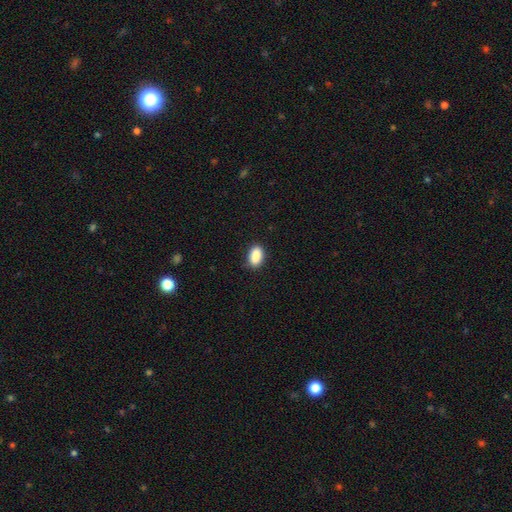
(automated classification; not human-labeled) This appears to be a smooth galaxy with no disk features (89%) that is in between round and cigar-shaped (91%). Merging: none (85%).